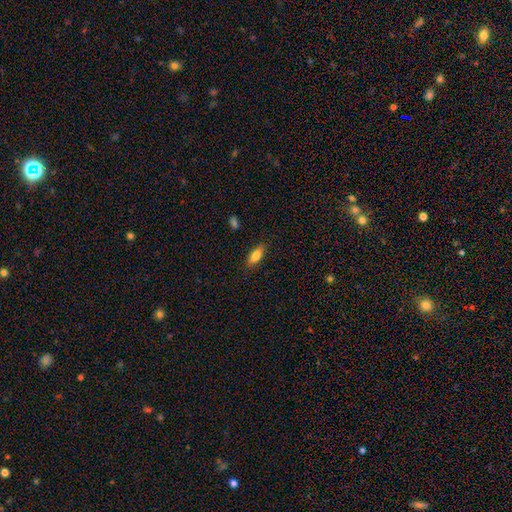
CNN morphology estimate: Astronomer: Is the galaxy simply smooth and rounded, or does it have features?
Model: smooth — 82%.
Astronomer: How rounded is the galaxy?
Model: in between — 76%.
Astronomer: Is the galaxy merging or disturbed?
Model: none — 85%.